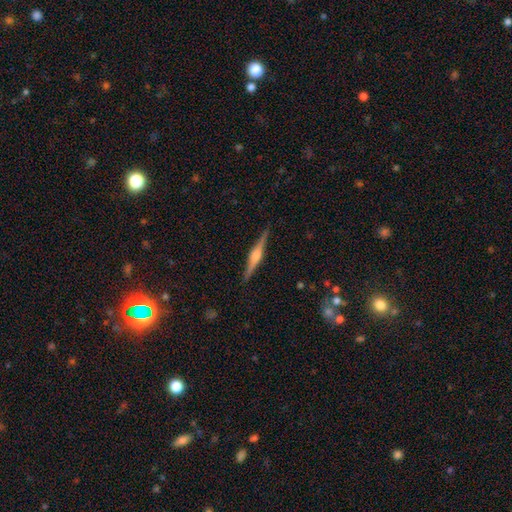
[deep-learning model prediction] Q: Smooth or featured?
A: featured or disk (78%); runner-up: smooth (15%)
Q: Edge-on disk?
A: yes (98%); runner-up: no (2%)
Q: Edge-on bulge?
A: rounded (79%); runner-up: boxy (17%)
Q: Merging?
A: none (90%); runner-up: minor disturbance (7%)